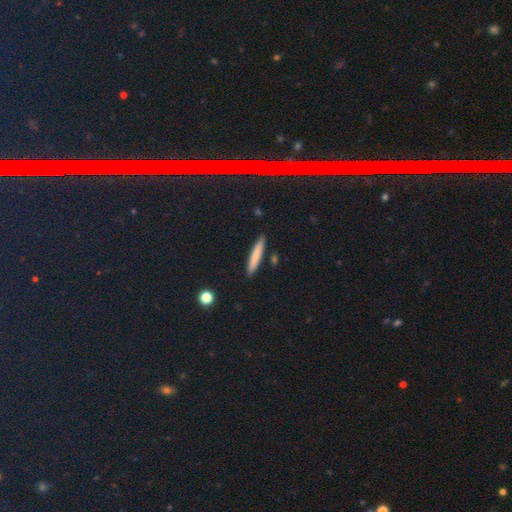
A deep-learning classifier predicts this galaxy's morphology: type=smooth (73%); roundness=cigar-shaped (92%); merging=none (88%).